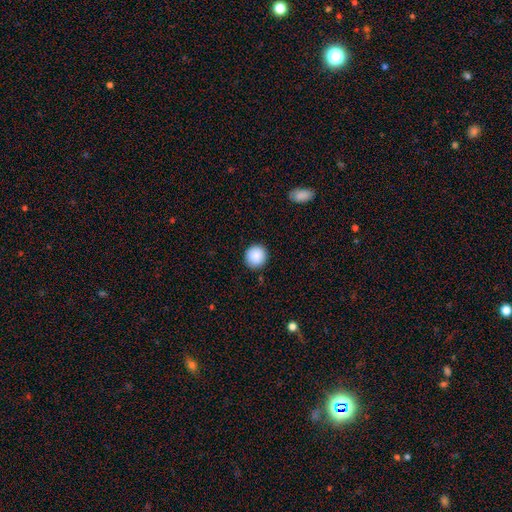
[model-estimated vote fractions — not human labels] Overall: smooth (89%). How rounded: round (93%). Merging: none (91%).